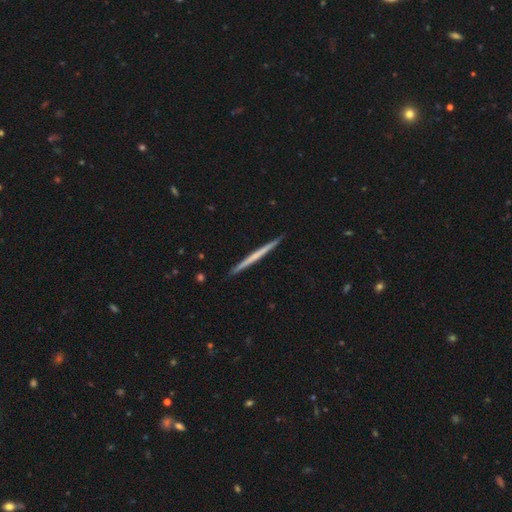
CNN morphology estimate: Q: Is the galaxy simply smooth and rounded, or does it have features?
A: featured or disk — 52%.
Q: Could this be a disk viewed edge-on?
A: yes — 98%.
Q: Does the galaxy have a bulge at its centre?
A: none — 90%.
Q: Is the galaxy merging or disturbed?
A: none — 93%.